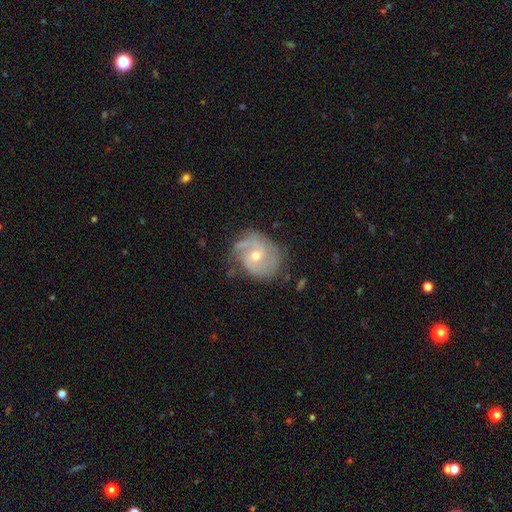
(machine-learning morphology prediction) This is clearly a featured or disk galaxy (84%). It is clearly not viewed edge-on (97%). Bar: possibly no (57%). Spiral arm pattern: clearly yes (95%). Spiral arm count: likely 2 (60%). Spiral winding: possibly medium (45%). Central bulge: possibly moderate (52%). Merging: likely none (68%).